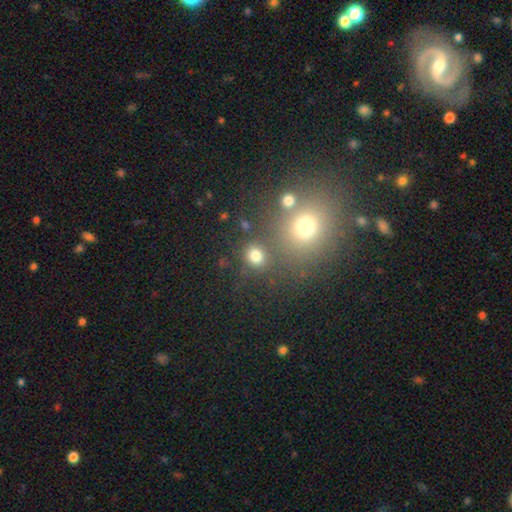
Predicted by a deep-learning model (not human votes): Q: Smooth or featured?
A: smooth (77%); runner-up: star or artifact (16%)
Q: How rounded?
A: round (76%); runner-up: in between (23%)
Q: Merging?
A: none (73%); runner-up: merger (13%)